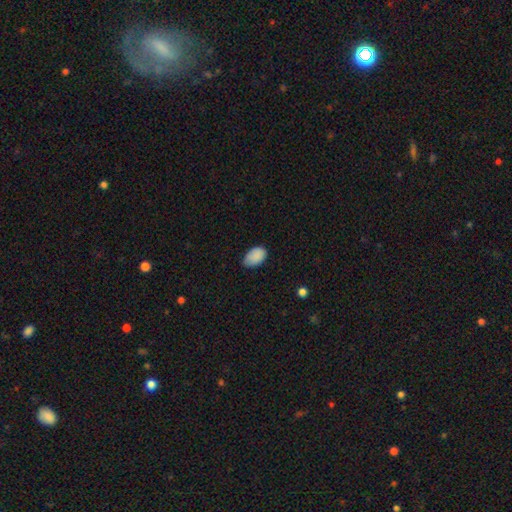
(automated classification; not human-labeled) Q: Smooth or featured?
A: smooth (88%); runner-up: star or artifact (7%)
Q: How rounded?
A: in between (90%); runner-up: round (8%)
Q: Merging?
A: none (66%); runner-up: minor disturbance (29%)